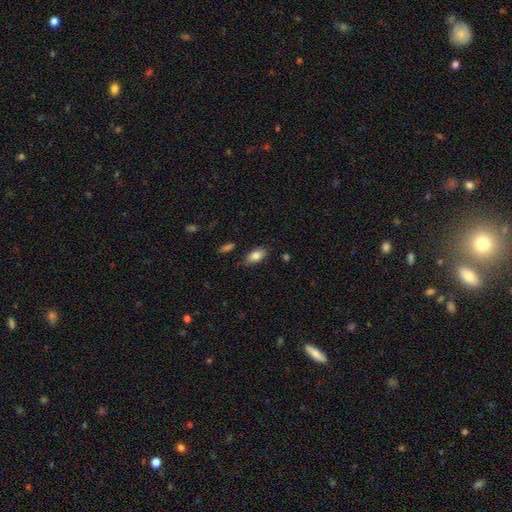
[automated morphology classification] Smooth or featured? Predicted: smooth (p=0.81). How rounded? Predicted: in between (p=0.91). Merging? Predicted: none (p=0.79).